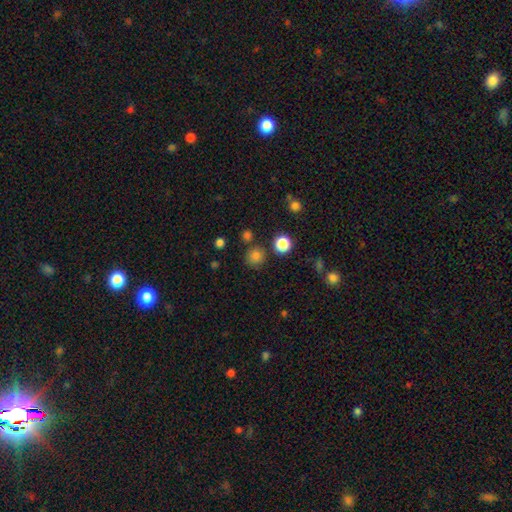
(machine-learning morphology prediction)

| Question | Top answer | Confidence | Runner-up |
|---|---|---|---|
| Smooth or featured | smooth | 79% | star or artifact (16%) |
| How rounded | round | 92% | in between (7%) |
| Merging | none | 82% | minor disturbance (8%) |